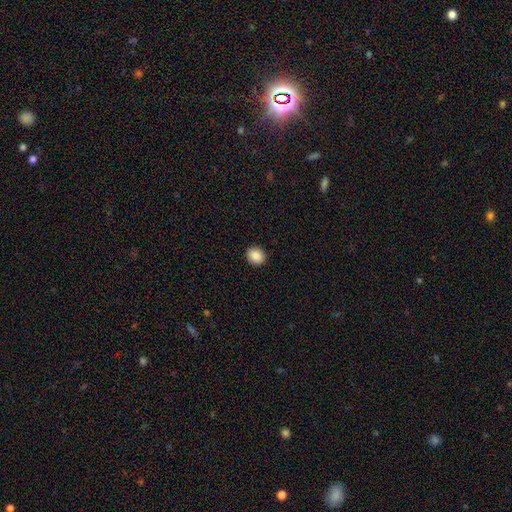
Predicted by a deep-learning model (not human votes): Q: Smooth or featured?
A: smooth (89%); runner-up: star or artifact (8%)
Q: How rounded?
A: round (68%); runner-up: in between (32%)
Q: Merging?
A: none (92%); runner-up: minor disturbance (6%)